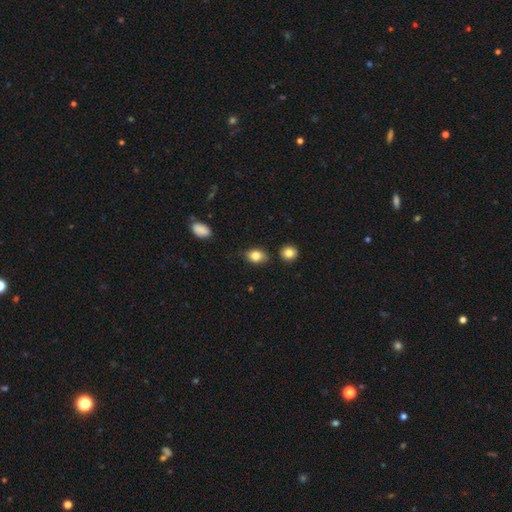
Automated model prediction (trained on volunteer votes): The model was most divided on "how rounded": in between: 73%, round: 25%, cigar-shaped: 2%. More confident: smooth or featured — smooth (83%); merging — none (76%).